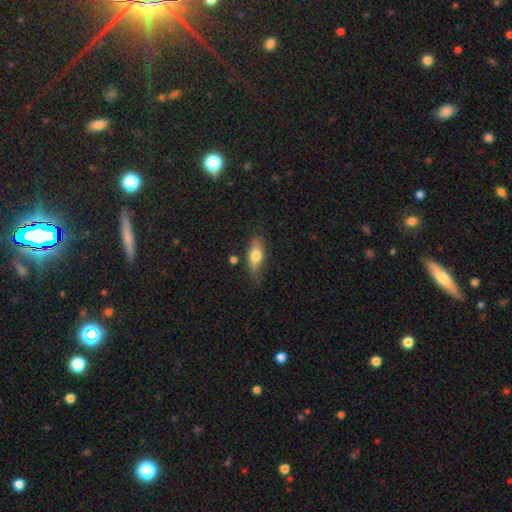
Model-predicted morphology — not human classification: type=smooth (71%); roundness=in between (67%); merging=none (64%).